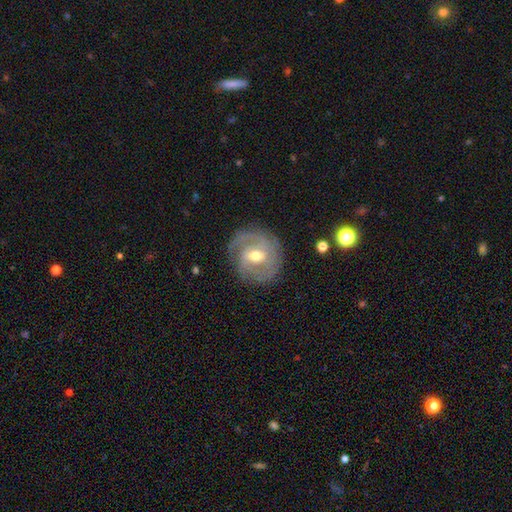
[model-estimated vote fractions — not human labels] smooth-or-featured: featured or disk: 83% | smooth: 12% | star or artifact: 5%
  disk-edge-on: no: 97% | yes: 3%
    bar: weak: 53% | no: 29% | strong: 18%
    has-spiral-arms: yes: 92% | no: 8%
      spiral-winding: tight: 56% | medium: 34% | loose: 10%
      spiral-arm-count: 2: 47% | can't tell: 20% | 3: 19% | 1: 6% | 4: 4% | more than 4: 4%
    bulge-size: moderate: 68% | small: 26% | large: 4% | none: 1% | dominant: 1%
  merging: none: 80% | minor disturbance: 13% | major disturbance: 5% | merger: 1%